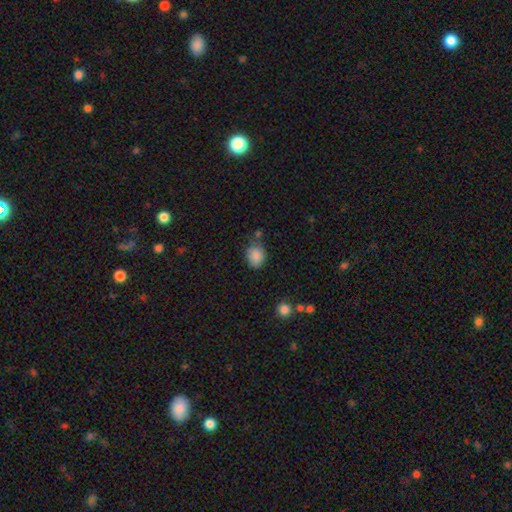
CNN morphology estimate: Smooth or featured? Predicted: smooth (p=0.86). How rounded? Predicted: round (p=0.50). Merging? Predicted: none (p=0.67).